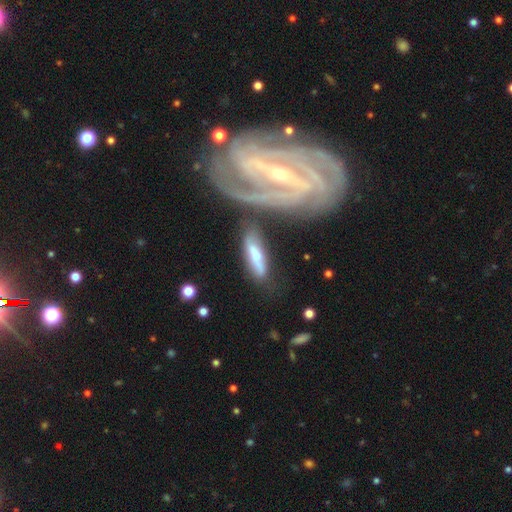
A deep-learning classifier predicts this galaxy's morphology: A smooth galaxy with no disk features (52%) that is cigar-shaped (62%). Merging: none (54%).